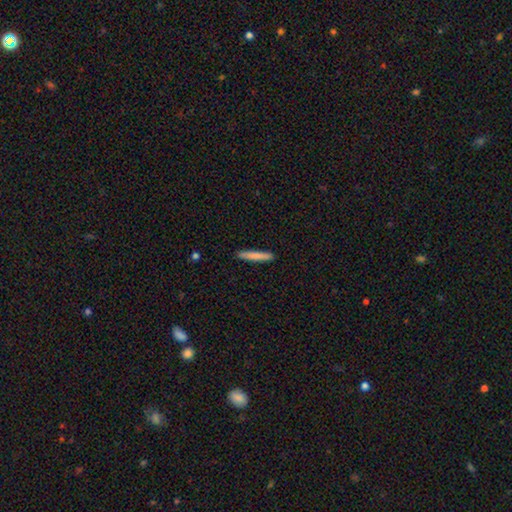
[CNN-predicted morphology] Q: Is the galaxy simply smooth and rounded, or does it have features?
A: smooth — 81%.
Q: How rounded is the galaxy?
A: cigar-shaped — 94%.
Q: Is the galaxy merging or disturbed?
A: none — 90%.